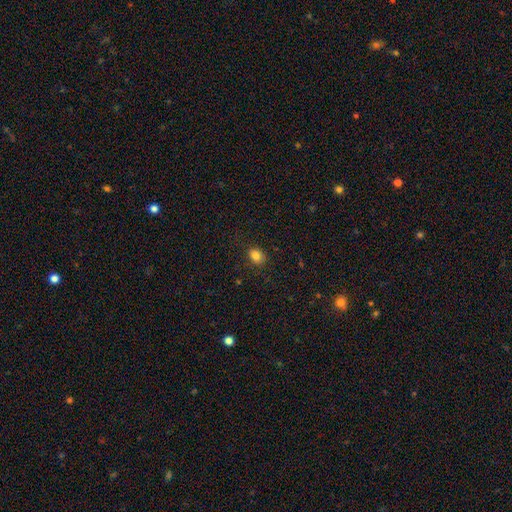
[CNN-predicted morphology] smooth 84%, star or artifact 11%, featured or disk 5%. Down the decision tree: how rounded — in between (63%); merging — none (82%).